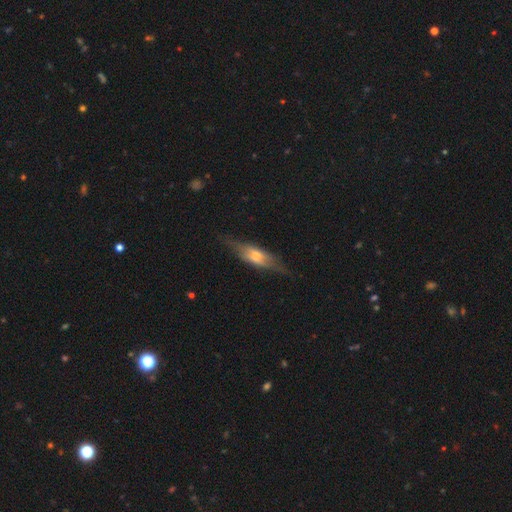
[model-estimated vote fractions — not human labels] Overall: featured or disk (57%; smooth 36%). Edge-on disk: yes (82%). Merging: none (74%).